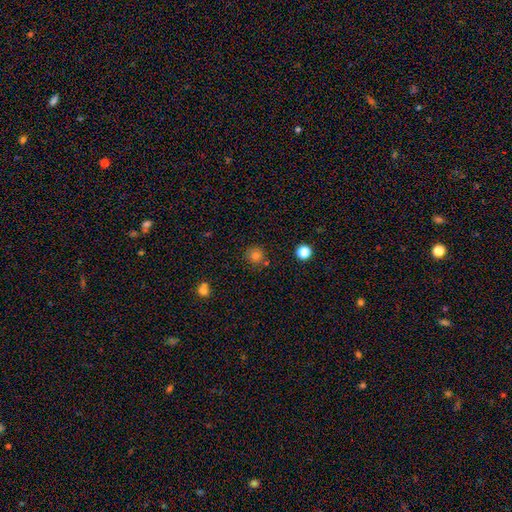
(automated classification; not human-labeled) Smooth or featured: smooth — 77% (star or artifact — 16%)
How rounded: round — 92% (in between — 7%)
Merging: none — 82% (minor disturbance — 10%)